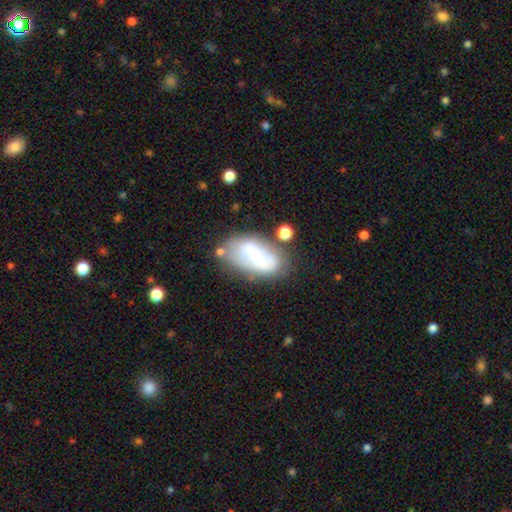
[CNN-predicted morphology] smooth_or_featured: featured or disk (p=0.48) [alt: smooth p=0.43]
merging: none (p=0.58) [alt: minor disturbance p=0.23]